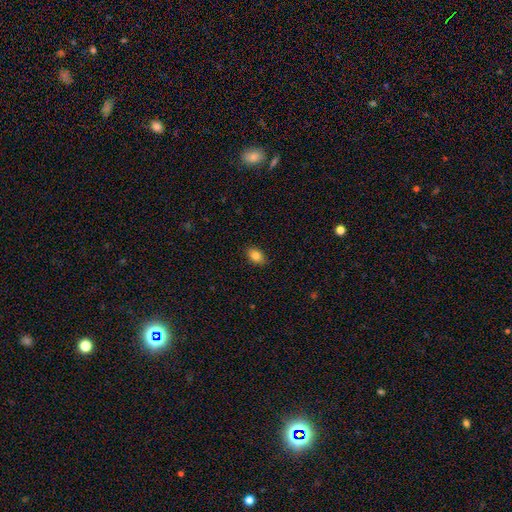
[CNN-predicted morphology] Q: Smooth or featured?
A: smooth (84%); runner-up: star or artifact (9%)
Q: How rounded?
A: in between (84%); runner-up: round (15%)
Q: Merging?
A: none (88%); runner-up: minor disturbance (9%)